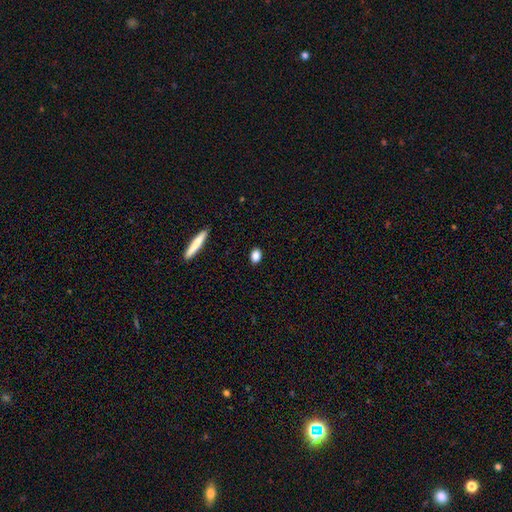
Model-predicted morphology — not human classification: Smooth or featured? Predicted: smooth (p=0.87). How rounded? Predicted: in between (p=0.72). Merging? Predicted: none (p=0.89).